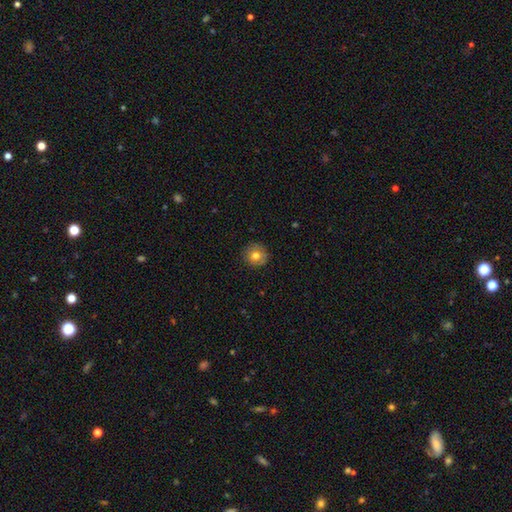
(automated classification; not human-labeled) A smooth galaxy with no disk features (76%) that is round (93%).

Vote fractions:
- Smooth or featured? smooth: 76% / featured or disk: 14% / star or artifact: 10%
- How rounded? round: 93% / in between: 6% / cigar-shaped: 1%
- Merging? none: 88% / minor disturbance: 9% / major disturbance: 2% / merger: 1%